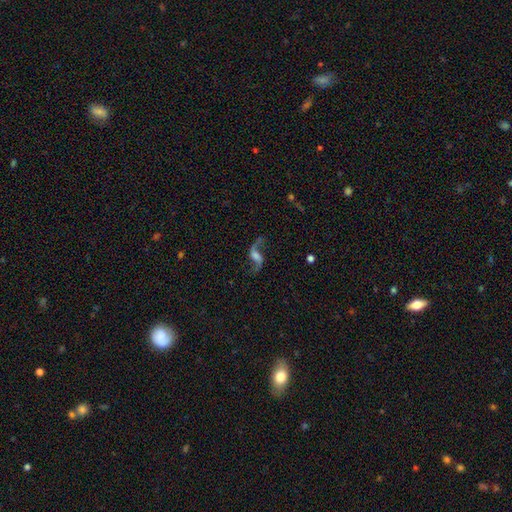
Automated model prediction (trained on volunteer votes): smooth-or-featured: featured or disk: 82% | smooth: 10% | star or artifact: 8%
  disk-edge-on: no: 96% | yes: 4%
    bar: weak: 43% | no: 37% | strong: 20%
    has-spiral-arms: yes: 94% | no: 6%
      spiral-winding: loose: 89% | medium: 9% | tight: 2%
      spiral-arm-count: 2: 92% | 1: 4% | can't tell: 2% | 3: 1% | 4: 1% | more than 4: 1%
    bulge-size: none: 29% | moderate: 27% | small: 23% | large: 17% | dominant: 4%
  merging: none: 70% | minor disturbance: 13% | major disturbance: 13% | merger: 4%